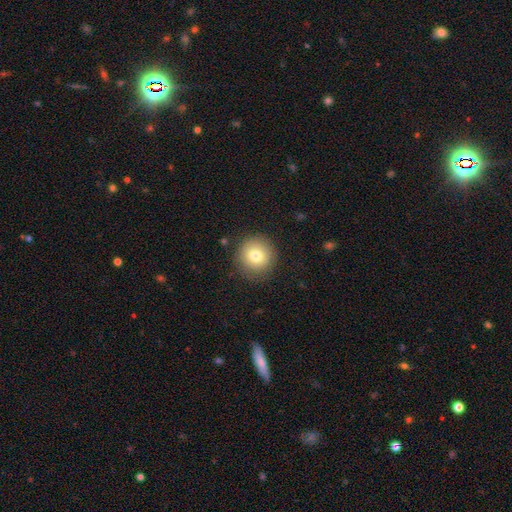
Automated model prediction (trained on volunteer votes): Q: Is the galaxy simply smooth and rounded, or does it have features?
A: smooth — 78%.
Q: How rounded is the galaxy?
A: round — 93%.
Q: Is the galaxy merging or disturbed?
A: none — 87%.